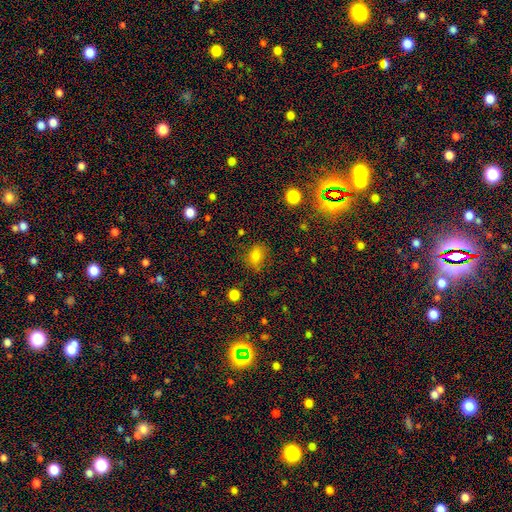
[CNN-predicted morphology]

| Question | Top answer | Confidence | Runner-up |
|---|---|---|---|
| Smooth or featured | smooth | 78% | star or artifact (14%) |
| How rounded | in between | 62% | round (36%) |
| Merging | none | 70% | minor disturbance (21%) |